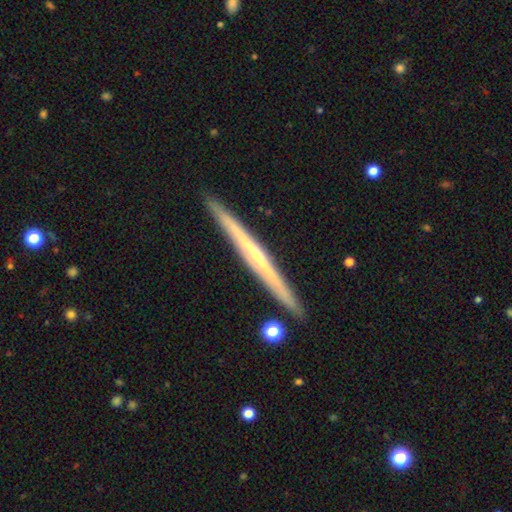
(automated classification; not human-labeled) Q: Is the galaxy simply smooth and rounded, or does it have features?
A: featured or disk — 71%.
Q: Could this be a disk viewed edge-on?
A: yes — 98%.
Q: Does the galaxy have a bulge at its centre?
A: none — 61%.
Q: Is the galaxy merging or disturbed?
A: none — 91%.